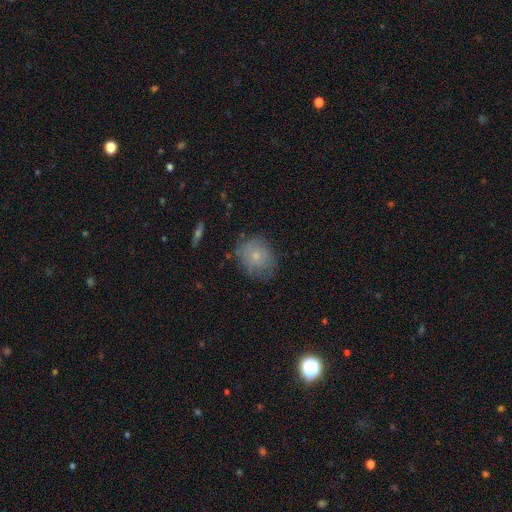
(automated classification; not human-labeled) Morphology: type=smooth (68%); roundness=round (65%); merging=none (67%).